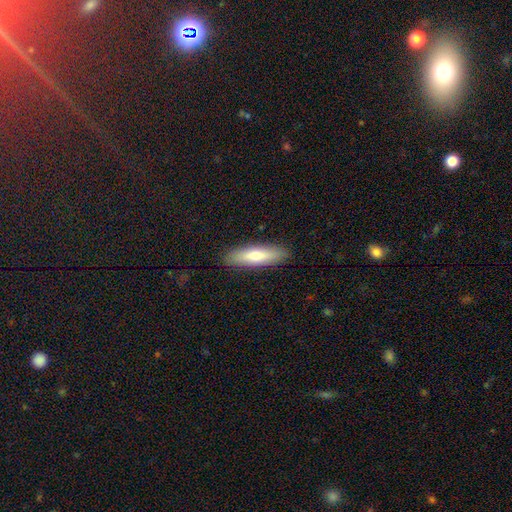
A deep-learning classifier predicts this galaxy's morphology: smooth 71%, featured or disk 23%, star or artifact 6%. Down the decision tree: how rounded — cigar-shaped (66%); merging — none (90%).